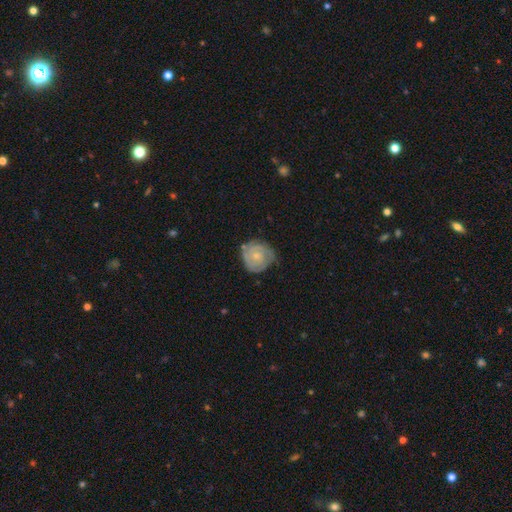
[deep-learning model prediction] A featured or disk galaxy (67%) with no bar (76%), 2 (42%) tight (71%) spiral arms (88%) and a small central bulge (59%). Merging: none (65%).